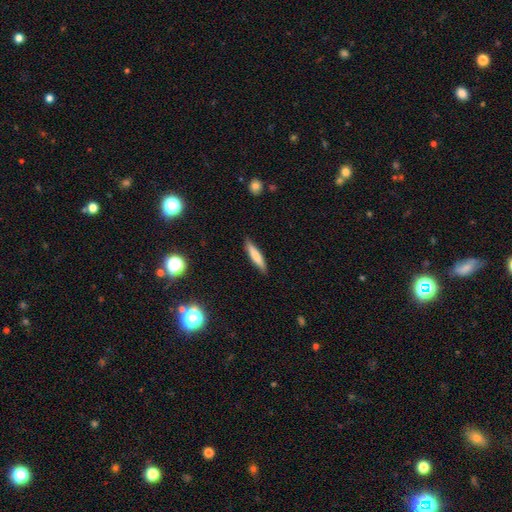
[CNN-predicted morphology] Smooth or featured? smooth (73%)
How rounded? cigar-shaped (86%)
Merging? none (88%)